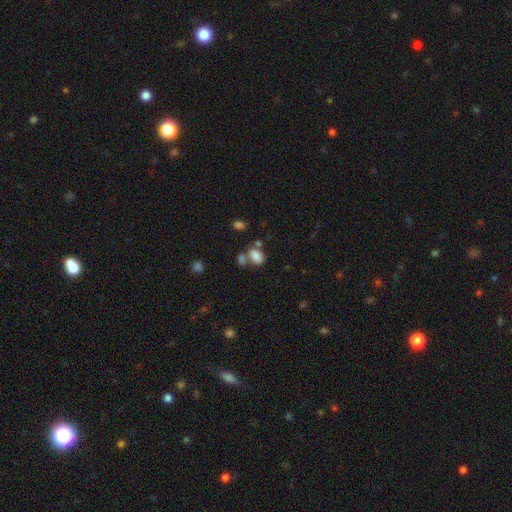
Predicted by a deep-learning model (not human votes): Overall: smooth (80%). How rounded: in between (82%). Merging: none (43%; merger 35%).